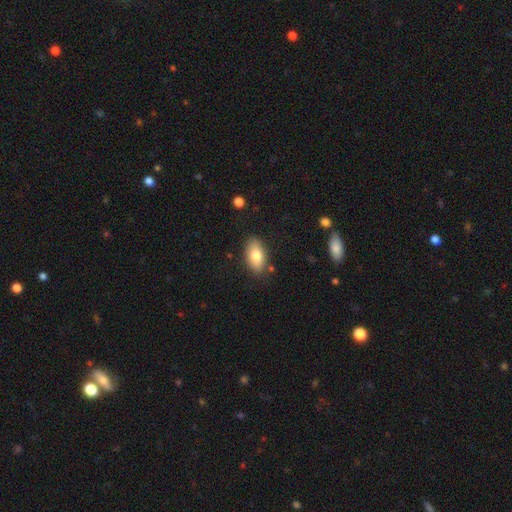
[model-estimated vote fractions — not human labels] Morphology: type=smooth (79%); roundness=in between (91%); merging=none (84%).